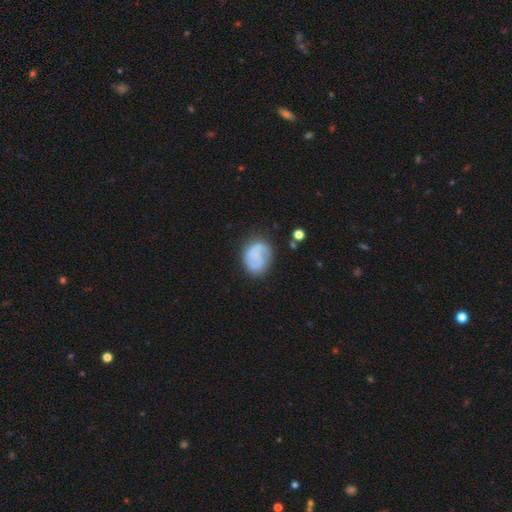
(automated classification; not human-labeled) smooth_or_featured: smooth (p=0.48) [alt: featured or disk p=0.44]
merging: none (p=0.63) [alt: minor disturbance p=0.24]